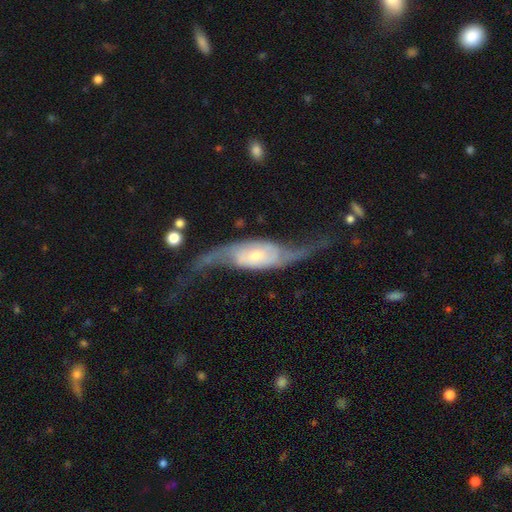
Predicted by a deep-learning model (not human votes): This appears to be a featured or disk galaxy (85%) with no bar (51%), 2 (92%) loose (80%) spiral arms (94%) and a small central bulge (48%). Merging: none (53%).